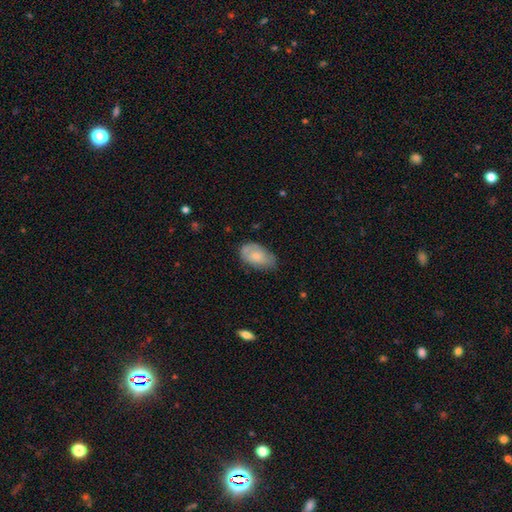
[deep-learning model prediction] Overall: smooth (67%). How rounded: in between (92%). Merging: none (57%; minor disturbance 33%).